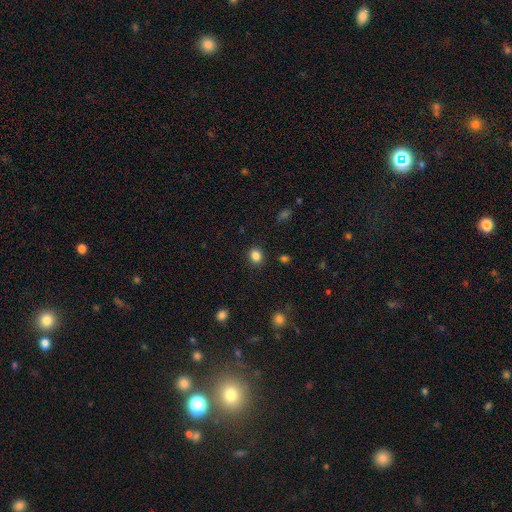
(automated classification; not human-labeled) A smooth galaxy with no disk features (85%) that is round (60%). Merging: none (88%).